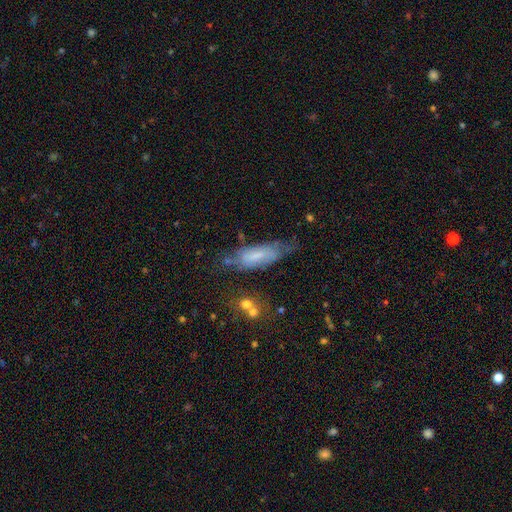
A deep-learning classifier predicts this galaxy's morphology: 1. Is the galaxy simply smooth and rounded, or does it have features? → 48% smooth, 41% featured or disk, 11% star or artifact.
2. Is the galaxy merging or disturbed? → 52% none, 29% minor disturbance, 14% major disturbance, 5% merger.